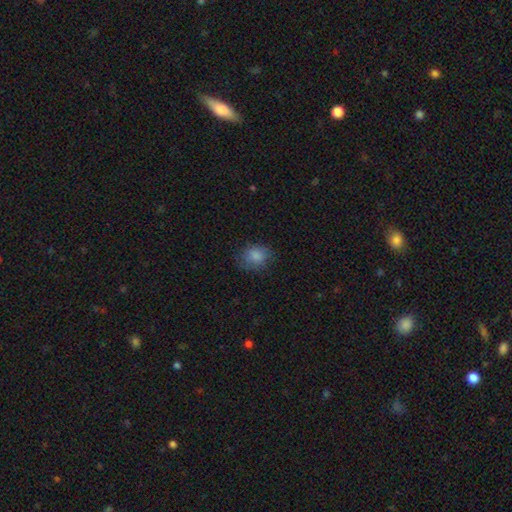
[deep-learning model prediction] Smooth or featured? Predicted: smooth (p=0.84). How rounded? Predicted: round (p=0.54). Merging? Predicted: none (p=0.74).